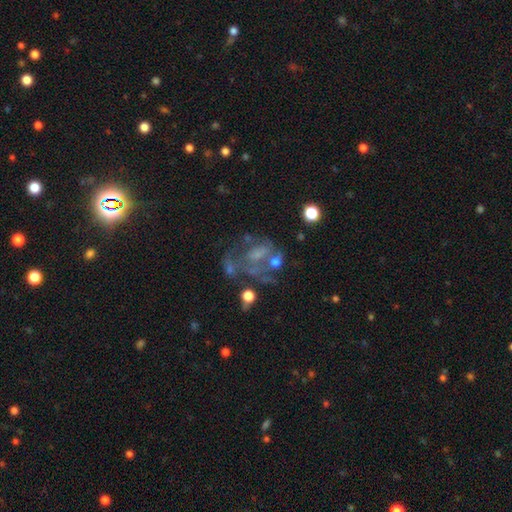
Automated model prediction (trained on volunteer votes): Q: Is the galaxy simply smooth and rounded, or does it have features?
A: featured or disk — 58%.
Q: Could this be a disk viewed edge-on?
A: no — 97%.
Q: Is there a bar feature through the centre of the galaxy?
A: no — 74%.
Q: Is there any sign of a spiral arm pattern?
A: no — 65%.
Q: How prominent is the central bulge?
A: none — 46%.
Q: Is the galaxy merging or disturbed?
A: major disturbance — 34%.